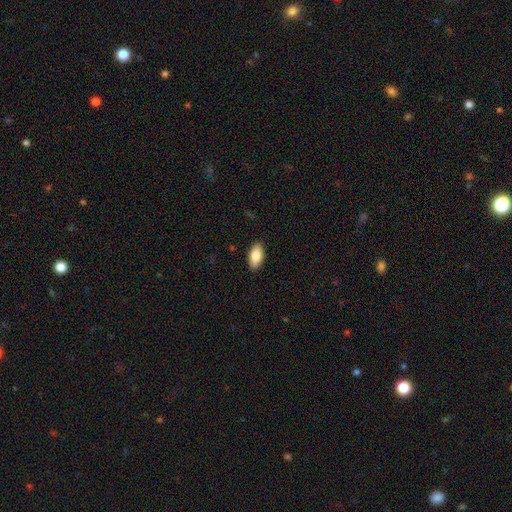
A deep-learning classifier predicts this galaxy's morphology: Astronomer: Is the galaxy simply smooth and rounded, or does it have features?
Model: smooth — 84%.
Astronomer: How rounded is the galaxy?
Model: in between — 92%.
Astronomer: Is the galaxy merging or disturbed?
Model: none — 89%.